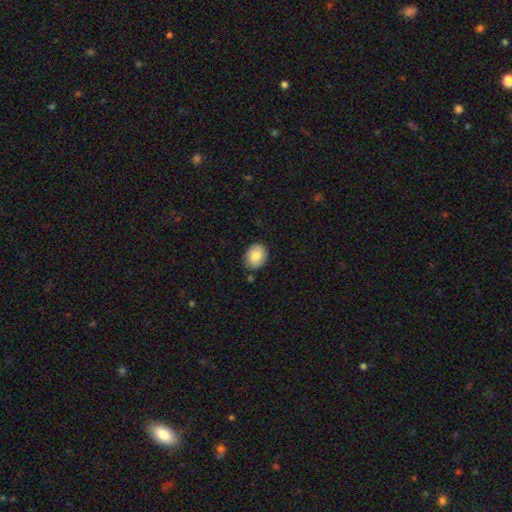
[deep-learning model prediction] Overall: smooth (84%). How rounded: in between (55%; round 44%). Merging: none (83%).